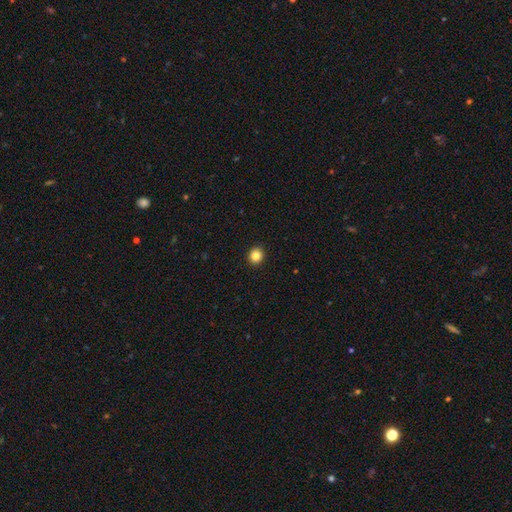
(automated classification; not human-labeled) Smooth or featured?
  - smooth: 84% *
  - star or artifact: 11%
  - featured or disk: 5%
How rounded?
  - round: 83% *
  - in between: 16%
  - cigar-shaped: 1%
Merging?
  - none: 93% *
  - minor disturbance: 4%
  - major disturbance: 1%
  - merger: 1%